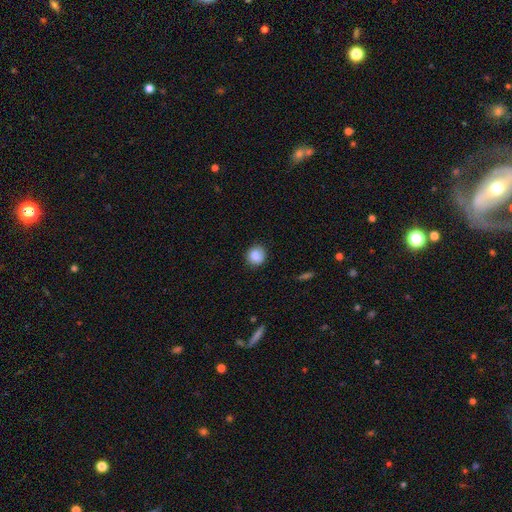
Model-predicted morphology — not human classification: type=smooth (87%); roundness=round (86%); merging=none (84%).